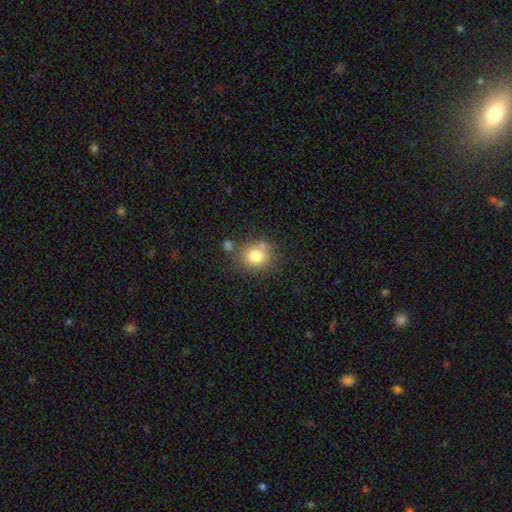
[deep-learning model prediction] smooth-or-featured: smooth: 79% | star or artifact: 11% | featured or disk: 11%
  how-rounded: round: 76% | in between: 23% | cigar-shaped: 1%
  merging: none: 68% | minor disturbance: 15% | merger: 13% | major disturbance: 5%